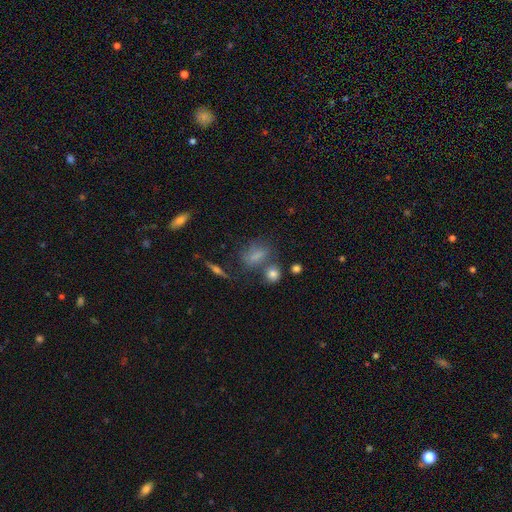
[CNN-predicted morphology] Smooth or featured: smooth — 66% (featured or disk — 17%)
How rounded: in between — 62% (round — 28%)
Merging: none — 52% (minor disturbance — 20%)